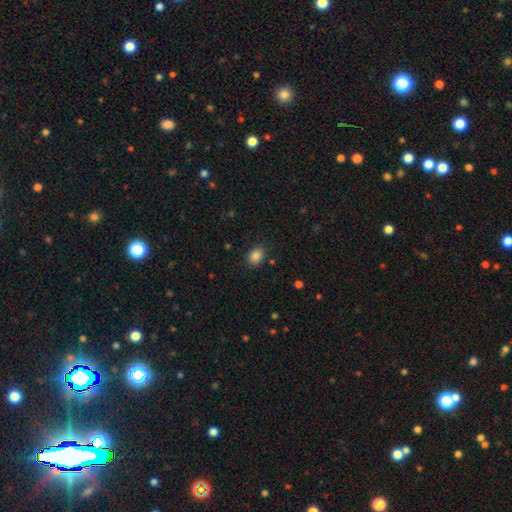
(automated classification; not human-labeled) A smooth galaxy with no disk features (86%) that is in between round and cigar-shaped (60%). Merging: none (84%).